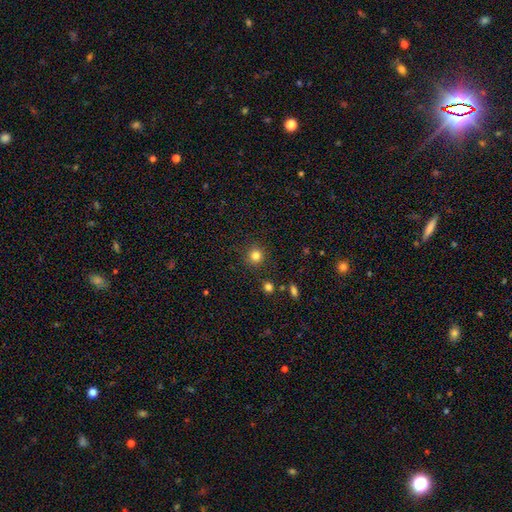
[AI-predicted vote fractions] smooth_or_featured: smooth (p=0.82) [alt: star or artifact p=0.13]
how_rounded: round (p=0.93) [alt: in between p=0.06]
merging: none (p=0.90) [alt: minor disturbance p=0.06]